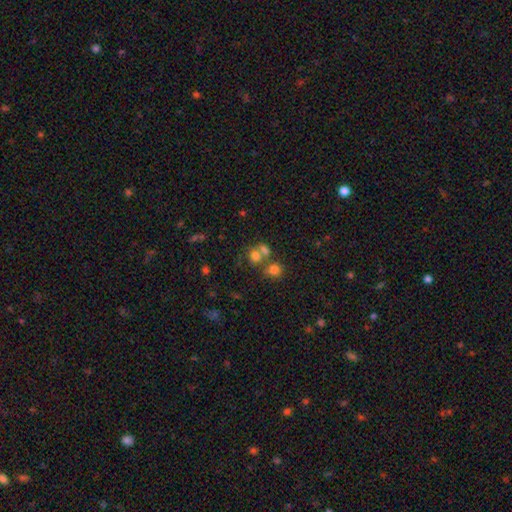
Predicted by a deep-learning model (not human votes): smooth-or-featured: smooth: 67% | star or artifact: 19% | featured or disk: 14%
  how-rounded: round: 73% | in between: 26% | cigar-shaped: 1%
  merging: none: 45% | merger: 41% | minor disturbance: 9% | major disturbance: 5%